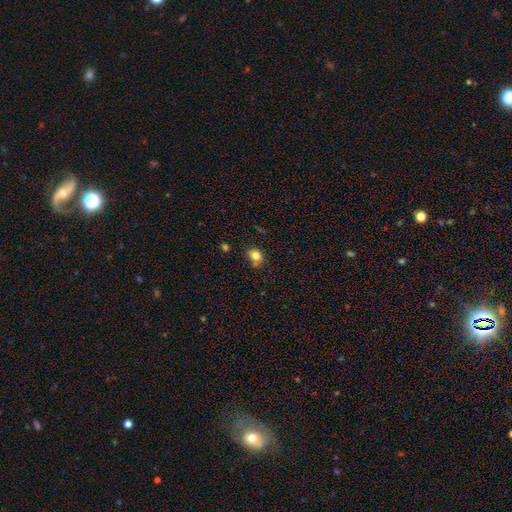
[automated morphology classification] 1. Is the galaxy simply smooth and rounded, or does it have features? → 81% smooth, 12% star or artifact, 8% featured or disk.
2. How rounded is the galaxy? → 52% in between, 47% round, 1% cigar-shaped.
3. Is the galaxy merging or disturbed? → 64% none, 21% minor disturbance, 10% merger, 5% major disturbance.